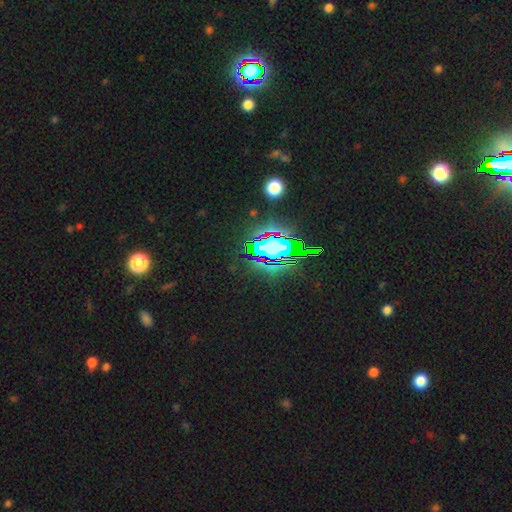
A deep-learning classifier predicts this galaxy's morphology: Smooth or featured? Predicted: star or artifact (p=0.77).